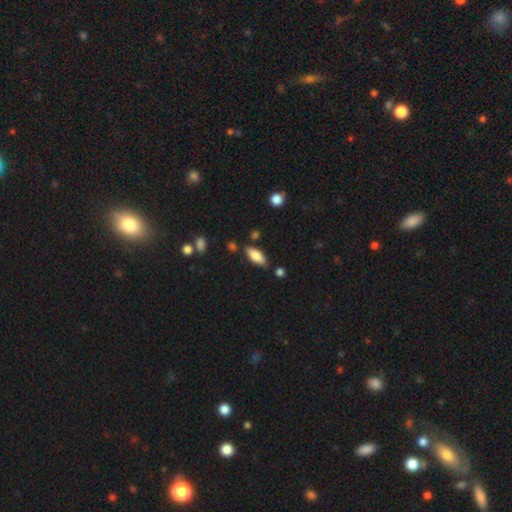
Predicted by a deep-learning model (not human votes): Smooth or featured? Predicted: smooth (p=0.77). How rounded? Predicted: in between (p=0.76). Merging? Predicted: none (p=0.79).